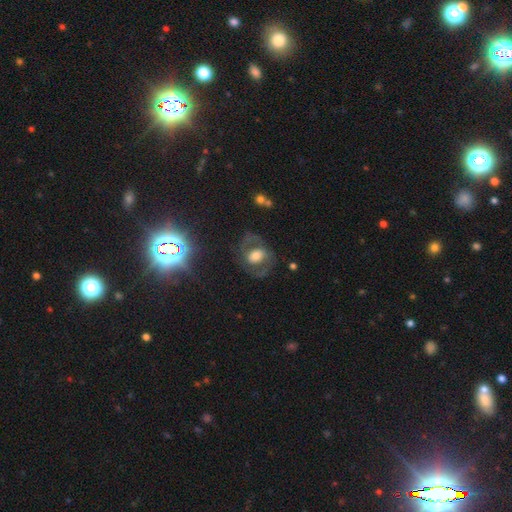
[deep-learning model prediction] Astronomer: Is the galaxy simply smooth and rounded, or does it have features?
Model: featured or disk — 57% (runner-up: smooth, 33%).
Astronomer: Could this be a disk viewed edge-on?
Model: no — 95%.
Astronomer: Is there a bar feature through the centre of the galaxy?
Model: no — 53% (runner-up: weak, 32%).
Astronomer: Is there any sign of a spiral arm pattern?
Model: yes — 59% (runner-up: no, 41%).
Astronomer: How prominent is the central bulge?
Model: large — 43% (runner-up: moderate, 38%).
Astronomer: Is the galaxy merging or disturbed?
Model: none — 67%.